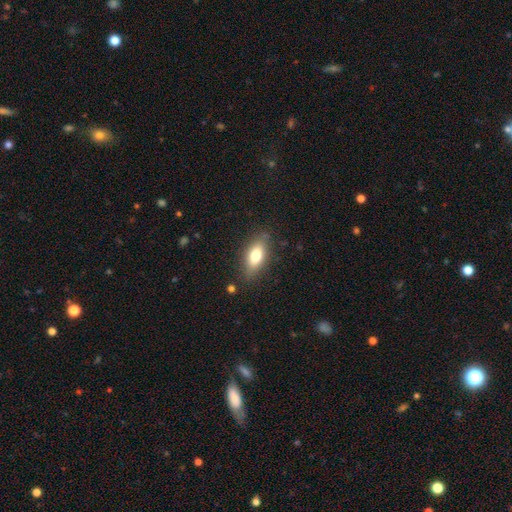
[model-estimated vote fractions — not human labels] A smooth galaxy with no disk features (75%) that is in between round and cigar-shaped (82%).

Vote fractions:
- Smooth or featured? smooth: 75% / featured or disk: 17% / star or artifact: 8%
- How rounded? in between: 82% / cigar-shaped: 14% / round: 4%
- Merging? none: 81% / minor disturbance: 14% / major disturbance: 4% / merger: 2%